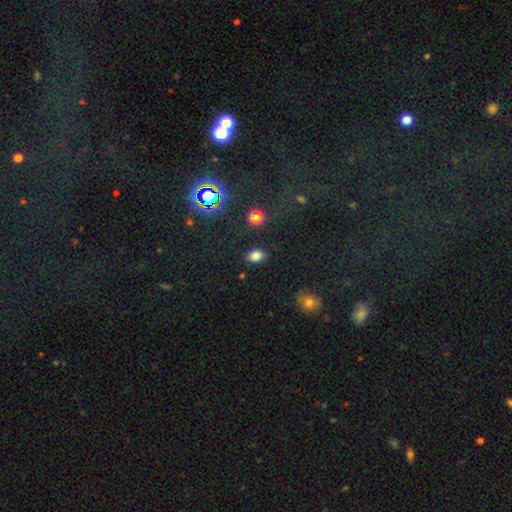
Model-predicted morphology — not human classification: This appears to be a smooth galaxy with no disk features (78%) that is in between round and cigar-shaped (74%). Merging: none (84%).